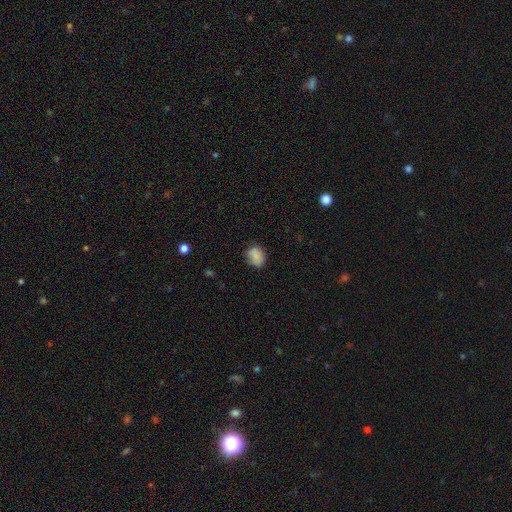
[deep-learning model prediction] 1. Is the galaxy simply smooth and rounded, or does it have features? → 82% smooth, 9% star or artifact, 8% featured or disk.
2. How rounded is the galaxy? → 52% round, 47% in between, 1% cigar-shaped.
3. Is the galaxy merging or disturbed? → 68% none, 25% minor disturbance, 5% major disturbance, 2% merger.